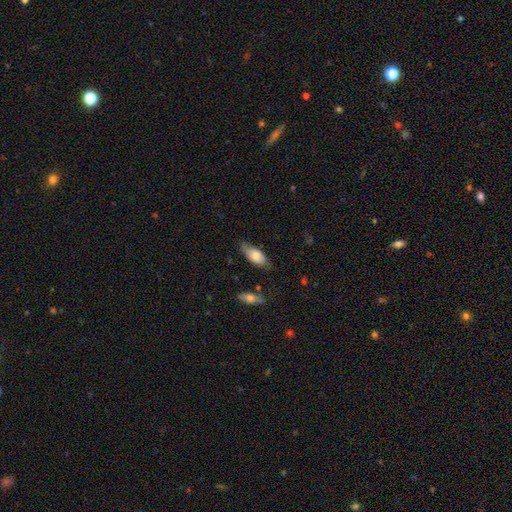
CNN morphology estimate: Q: Smooth or featured?
A: smooth (71%); runner-up: featured or disk (22%)
Q: How rounded?
A: in between (84%); runner-up: cigar-shaped (14%)
Q: Merging?
A: none (63%); runner-up: minor disturbance (29%)